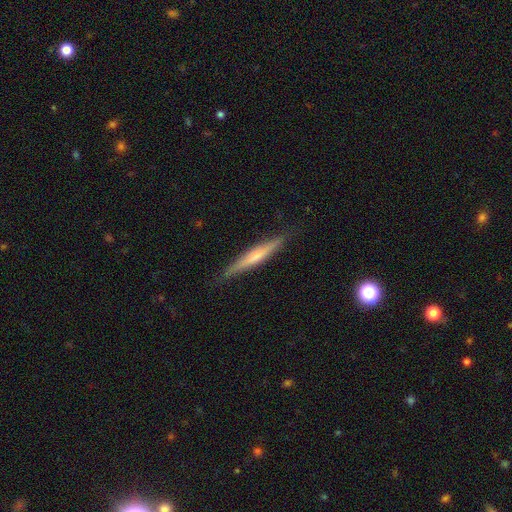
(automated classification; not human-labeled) A featured or disk galaxy (50%).

Vote fractions:
- Smooth or featured? featured or disk: 50% / smooth: 44% / star or artifact: 6%
- Merging? none: 87% / minor disturbance: 10% / major disturbance: 2% / merger: 1%